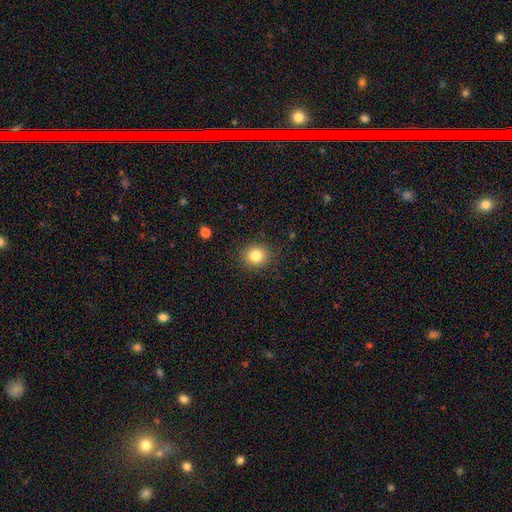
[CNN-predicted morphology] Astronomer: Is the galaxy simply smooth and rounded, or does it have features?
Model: smooth — 83%.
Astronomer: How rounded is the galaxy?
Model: round — 83%.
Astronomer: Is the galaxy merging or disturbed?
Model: none — 89%.